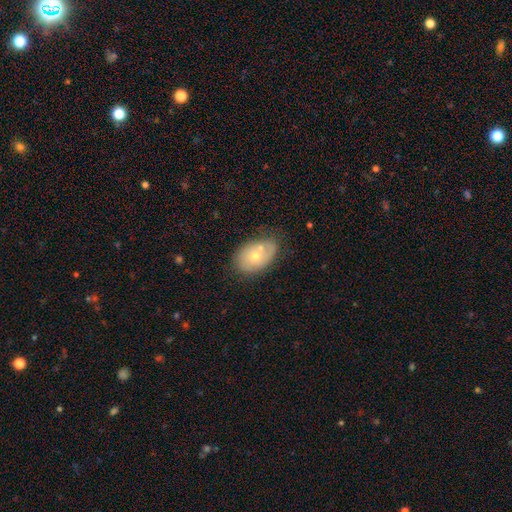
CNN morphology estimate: Smooth or featured: smooth — 56% (featured or disk — 36%)
How rounded: in between — 84% (round — 15%)
Merging: none — 55% (minor disturbance — 23%)